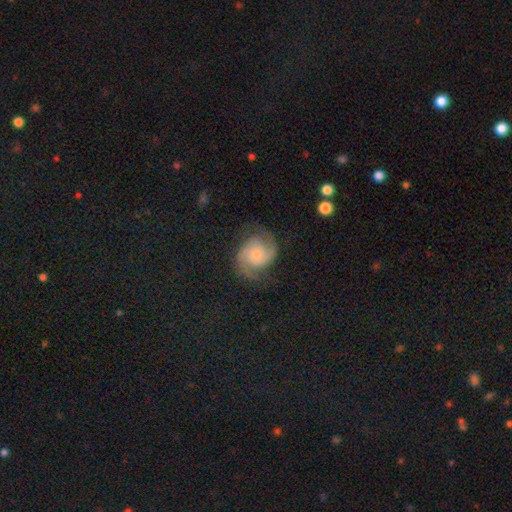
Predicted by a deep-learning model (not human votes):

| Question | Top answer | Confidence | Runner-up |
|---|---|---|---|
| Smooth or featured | featured or disk | 78% | smooth (14%) |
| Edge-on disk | no | 98% | yes (2%) |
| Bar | no | 69% | weak (25%) |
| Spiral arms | yes | 97% | no (3%) |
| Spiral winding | medium | 50% | tight (27%) |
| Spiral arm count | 2 | 90% | can't tell (3%) |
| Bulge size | small | 54% | moderate (24%) |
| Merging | none | 74% | minor disturbance (16%) |